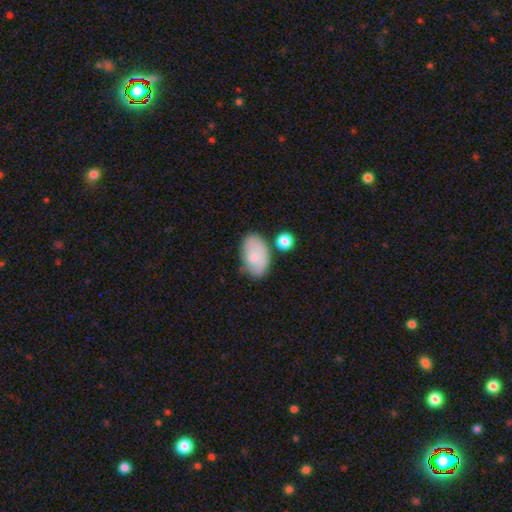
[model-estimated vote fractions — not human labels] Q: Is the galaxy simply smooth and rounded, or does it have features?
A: smooth — 67%.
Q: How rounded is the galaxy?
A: in between — 90%.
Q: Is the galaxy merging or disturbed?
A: none — 57%.